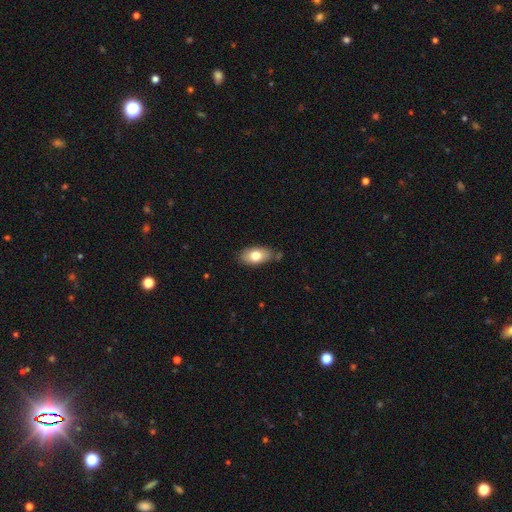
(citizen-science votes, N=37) Smooth or featured: smooth — 76% (featured or disk — 22%)
How rounded: in between — 93% (round — 4%)
Merging: none — 83% (minor disturbance — 14%)